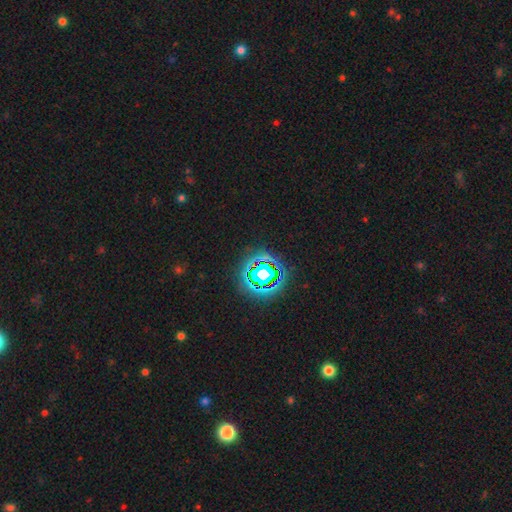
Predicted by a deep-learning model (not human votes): Smooth or featured?
  - star or artifact: 82% *
  - smooth: 11%
  - featured or disk: 7%